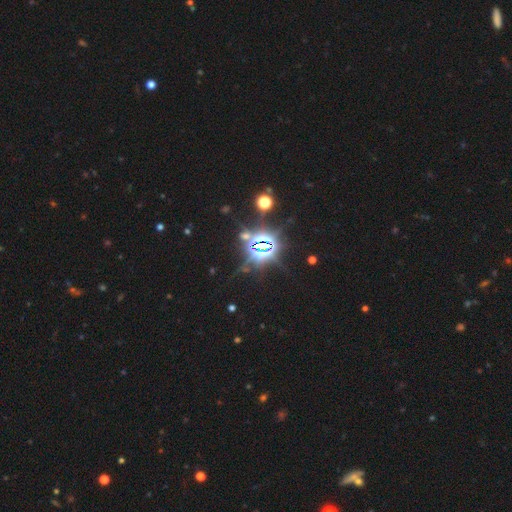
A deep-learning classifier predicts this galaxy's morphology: type=star or artifact (84%).